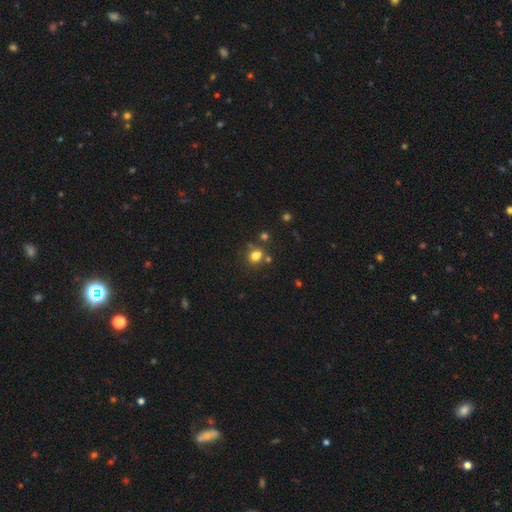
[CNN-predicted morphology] Overall: smooth (78%). How rounded: round (58%; in between 41%). Merging: none (65%).